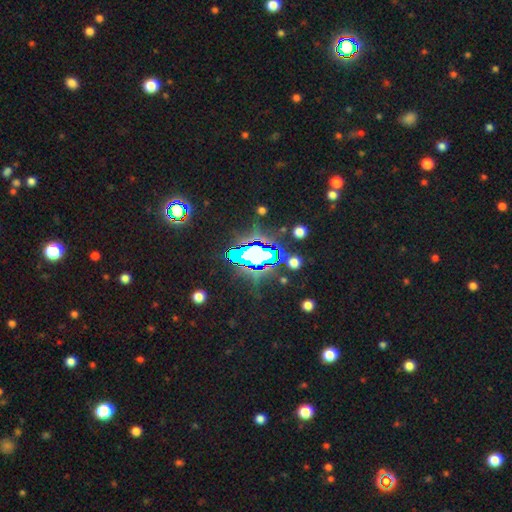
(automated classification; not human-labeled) Q: Smooth or featured?
A: star or artifact (70%); runner-up: smooth (17%)